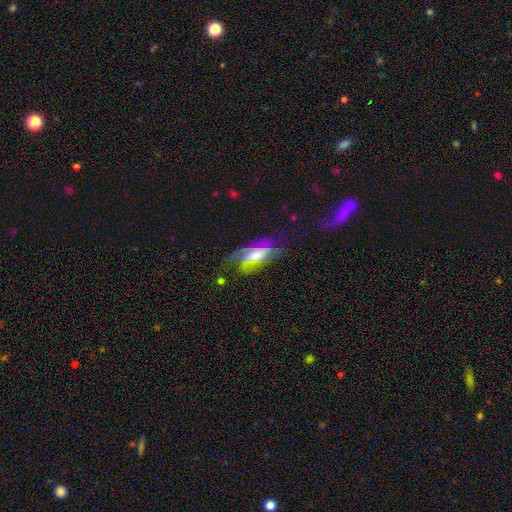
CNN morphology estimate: This appears to be a featured or disk galaxy (57%). Merging: none (45%).